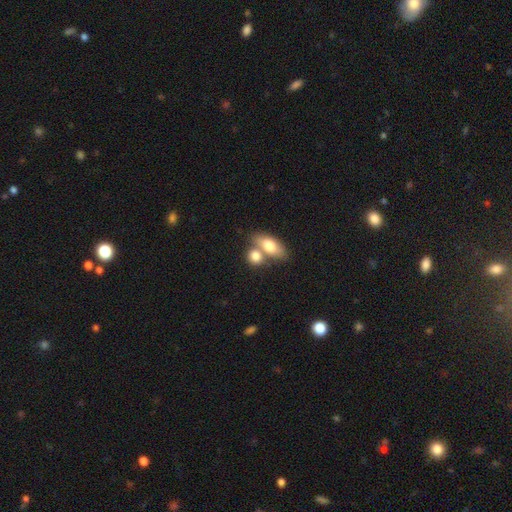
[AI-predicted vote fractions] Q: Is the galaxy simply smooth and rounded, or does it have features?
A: smooth — 78%.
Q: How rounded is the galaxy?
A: in between — 69%.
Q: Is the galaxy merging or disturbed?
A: merger — 54%.